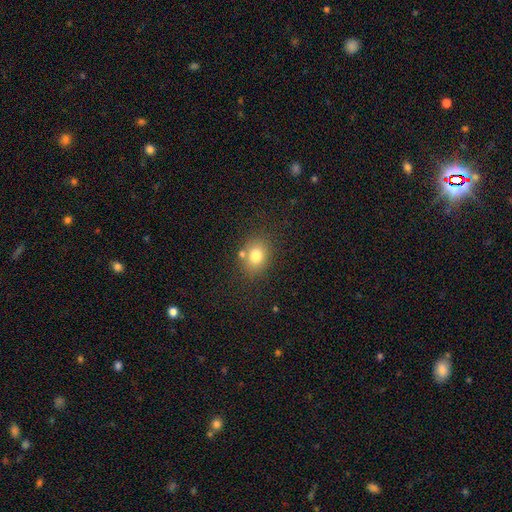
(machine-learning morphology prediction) smooth_or_featured: smooth (p=0.78) [alt: star or artifact p=0.12]
how_rounded: round (p=0.53) [alt: in between p=0.46]
merging: none (p=0.73) [alt: minor disturbance p=0.13]